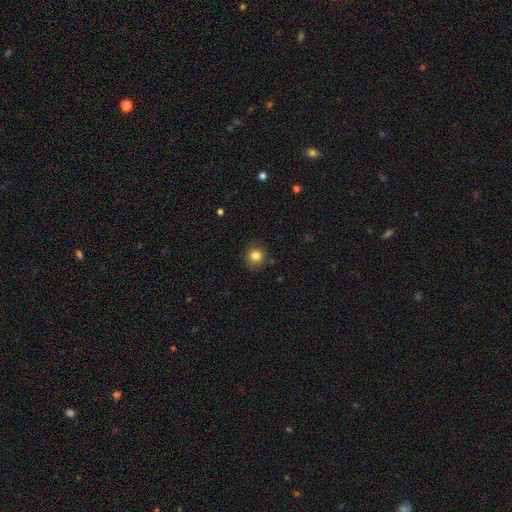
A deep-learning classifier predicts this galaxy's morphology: A smooth galaxy with no disk features (83%) that is round (89%). Merging: none (84%).